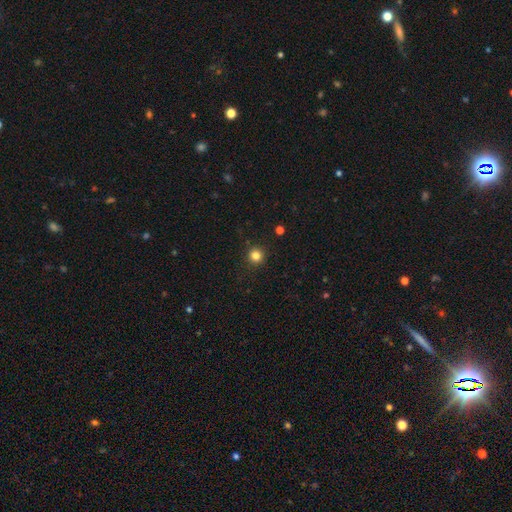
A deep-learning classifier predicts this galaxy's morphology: This appears to be a smooth galaxy with no disk features (83%) that is round (95%). Merging: none (92%).